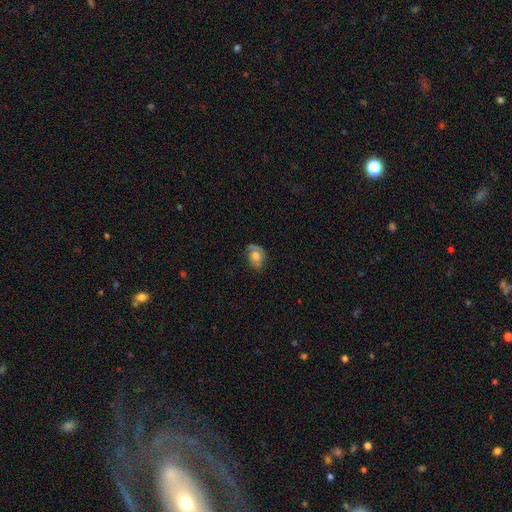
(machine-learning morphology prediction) Smooth or featured: smooth — 60% (featured or disk — 32%)
How rounded: in between — 67% (round — 31%)
Merging: none — 49% (minor disturbance — 32%)